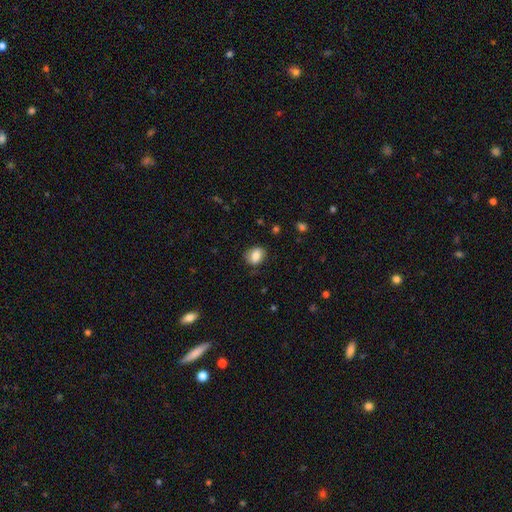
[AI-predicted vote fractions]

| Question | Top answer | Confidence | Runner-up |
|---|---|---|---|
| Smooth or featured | smooth | 78% | featured or disk (13%) |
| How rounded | in between | 56% | round (43%) |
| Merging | none | 72% | minor disturbance (21%) |